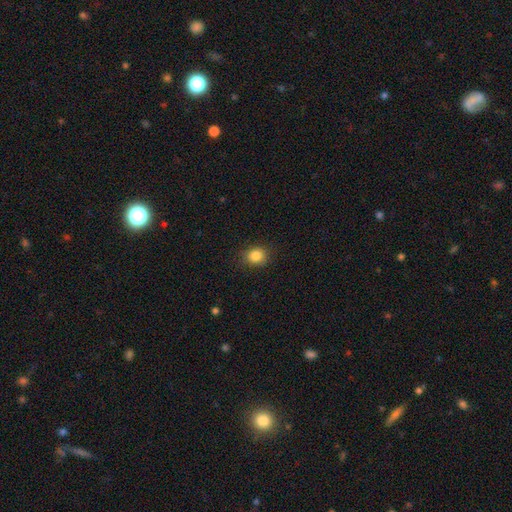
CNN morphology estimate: A smooth galaxy with no disk features (85%) that is round (65%). Merging: none (85%).